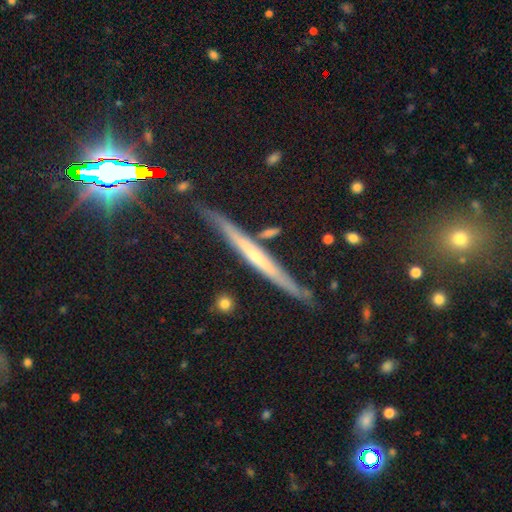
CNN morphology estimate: smooth_or_featured: featured or disk (p=0.63) [alt: smooth p=0.26]
disk_edge_on: yes (p=0.95) [alt: no p=0.05]
edge_on_bulge: none (p=0.61) [alt: rounded p=0.31]
merging: none (p=0.83) [alt: minor disturbance p=0.12]